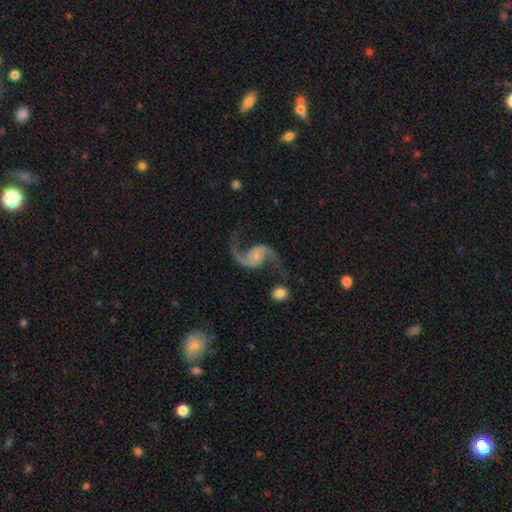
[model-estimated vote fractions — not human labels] Overall: featured or disk (92%). Edge-on disk: no (98%). Bar: no (63%; weak 28%). Spiral arms: yes (98%). Spiral arm count: 2 (94%). Spiral winding: loose (79%). Bulge size: small (56%; moderate 19%). Merging: none (70%).